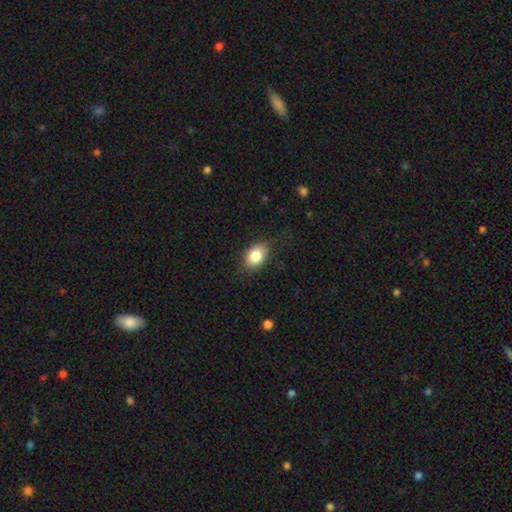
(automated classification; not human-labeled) Smooth or featured? Predicted: smooth (p=0.84). How rounded? Predicted: in between (p=0.81). Merging? Predicted: none (p=0.80).